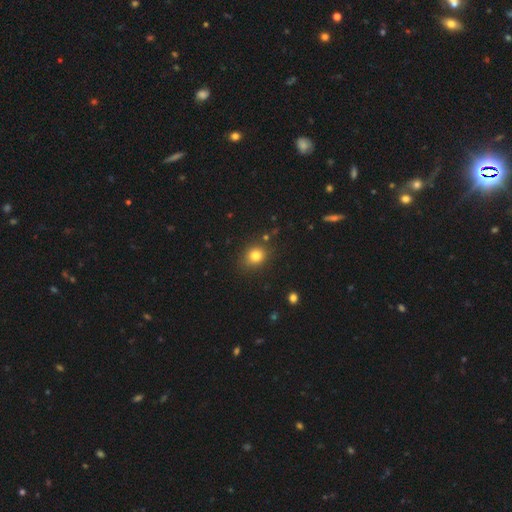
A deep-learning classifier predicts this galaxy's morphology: Q: Smooth or featured?
A: smooth (80%); runner-up: star or artifact (13%)
Q: How rounded?
A: round (69%); runner-up: in between (30%)
Q: Merging?
A: none (83%); runner-up: minor disturbance (11%)